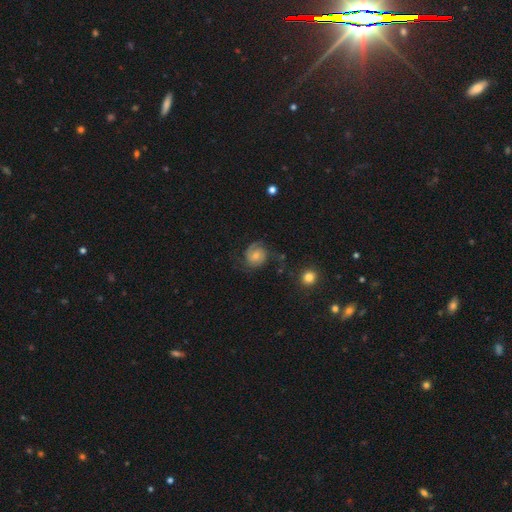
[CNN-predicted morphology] Overall: featured or disk (73%). Edge-on disk: no (98%). Bar: no (60%; weak 34%). Spiral arms: yes (95%). Spiral arm count: 2 (61%). Spiral winding: tight (45%; medium 40%). Bulge size: small (45%; moderate 42%). Merging: none (63%).